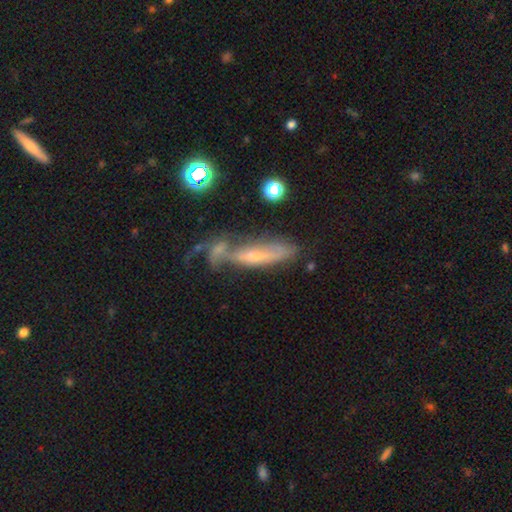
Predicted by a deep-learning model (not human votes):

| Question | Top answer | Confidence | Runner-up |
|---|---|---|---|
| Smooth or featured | featured or disk | 46% | smooth (43%) |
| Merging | merger | 37% | none (29%) |